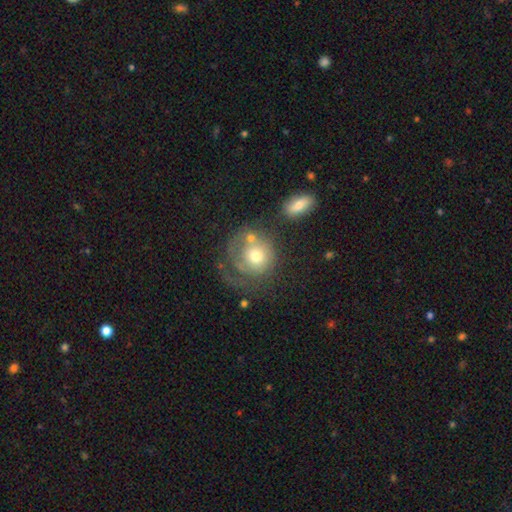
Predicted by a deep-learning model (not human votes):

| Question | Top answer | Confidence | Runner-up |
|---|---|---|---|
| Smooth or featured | smooth | 51% | featured or disk (41%) |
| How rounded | round | 84% | in between (15%) |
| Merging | none | 38% | major disturbance (28%) |